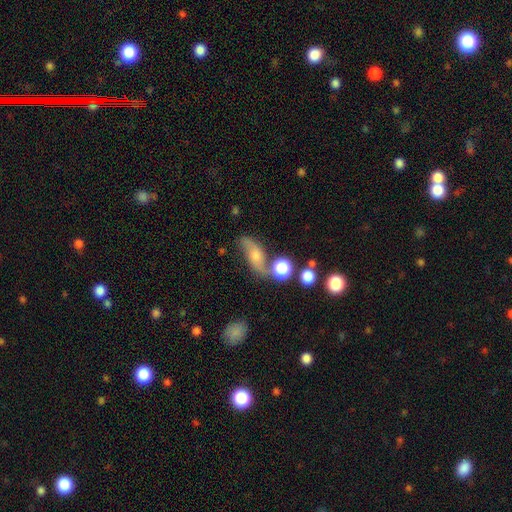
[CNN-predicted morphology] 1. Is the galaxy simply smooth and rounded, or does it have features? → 67% featured or disk, 22% smooth, 11% star or artifact.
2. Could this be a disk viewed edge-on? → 89% no, 11% yes.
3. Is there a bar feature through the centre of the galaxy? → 66% no, 26% weak, 8% strong.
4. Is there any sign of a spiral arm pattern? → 91% yes, 9% no.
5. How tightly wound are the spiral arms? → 76% loose, 18% medium, 6% tight.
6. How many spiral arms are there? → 91% 2, 3% can't tell, 3% 1, 1% 3, 1% 4, 1% more than 4.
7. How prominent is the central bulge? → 48% moderate, 35% small, 8% large, 7% none, 2% dominant.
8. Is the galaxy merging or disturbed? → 61% none, 18% minor disturbance, 12% merger, 9% major disturbance.